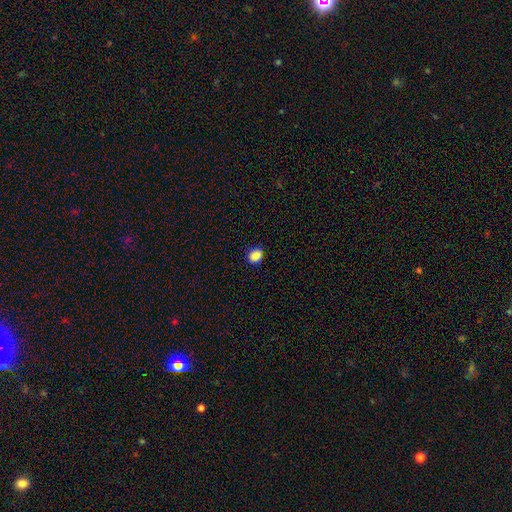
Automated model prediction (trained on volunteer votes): smooth-or-featured: smooth: 88% | star or artifact: 10% | featured or disk: 3%
  how-rounded: round: 52% | in between: 47% | cigar-shaped: 1%
  merging: none: 85% | minor disturbance: 12% | major disturbance: 2% | merger: 1%